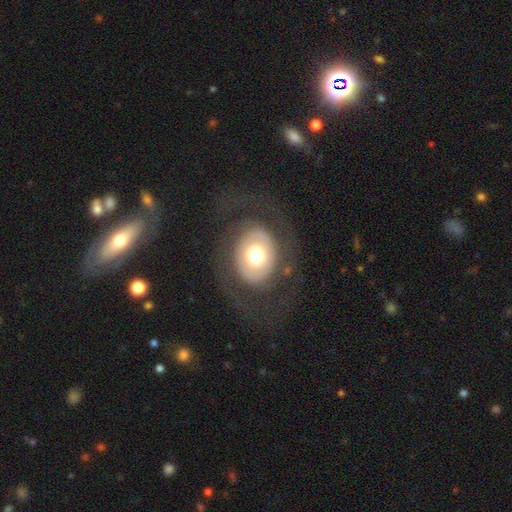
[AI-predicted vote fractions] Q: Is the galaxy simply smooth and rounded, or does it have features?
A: smooth — 49%.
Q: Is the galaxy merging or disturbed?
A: none — 75%.